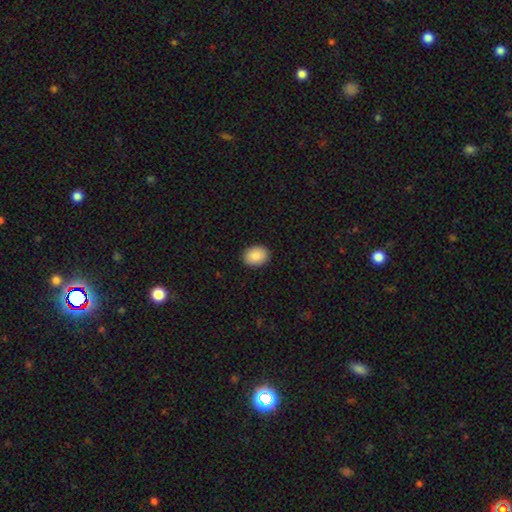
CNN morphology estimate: Smooth or featured? Predicted: smooth (p=0.89). How rounded? Predicted: in between (p=0.61). Merging? Predicted: none (p=0.91).